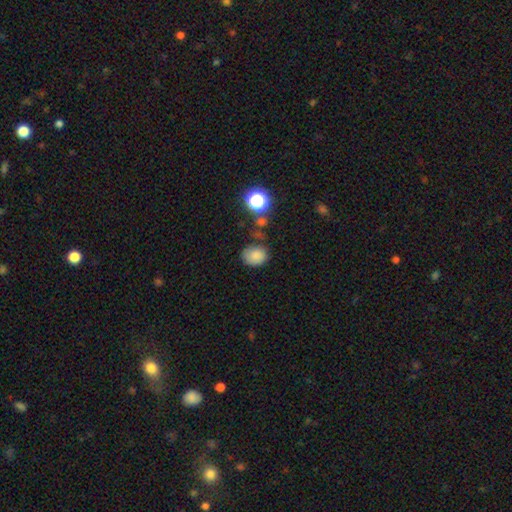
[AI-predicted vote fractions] Overall: smooth (81%). How rounded: in between (52%; round 47%). Merging: none (60%; minor disturbance 24%).